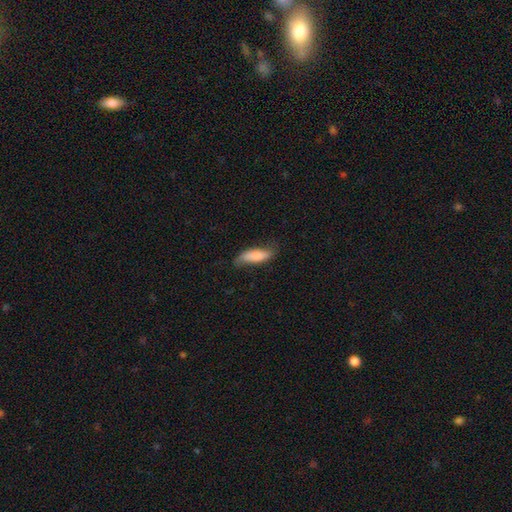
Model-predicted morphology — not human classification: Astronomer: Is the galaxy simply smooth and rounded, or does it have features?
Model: smooth — 73%.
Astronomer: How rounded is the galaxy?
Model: in between — 51% (runner-up: cigar-shaped, 47%).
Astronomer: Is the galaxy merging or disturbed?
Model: none — 62%.